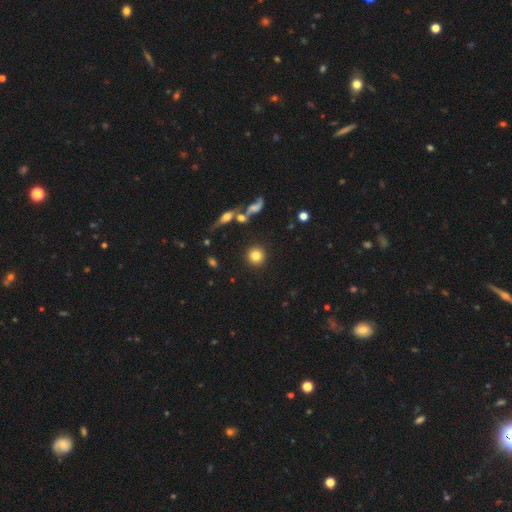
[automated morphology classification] smooth 81%, star or artifact 10%, featured or disk 9%. Down the decision tree: how rounded — round (93%); merging — none (87%).